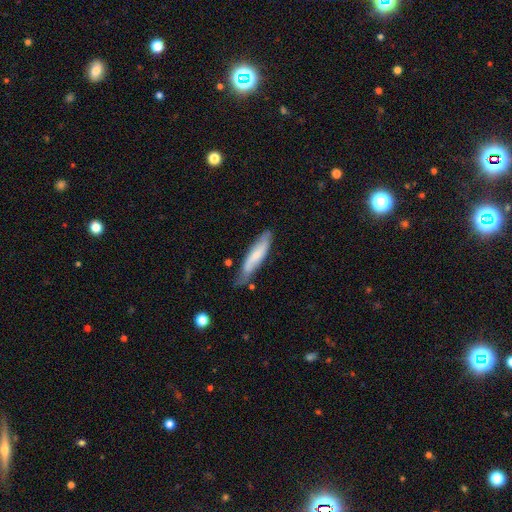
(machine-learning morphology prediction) Q: Smooth or featured?
A: smooth (53%); runner-up: featured or disk (41%)
Q: How rounded?
A: cigar-shaped (77%); runner-up: in between (22%)
Q: Merging?
A: none (65%); runner-up: minor disturbance (27%)